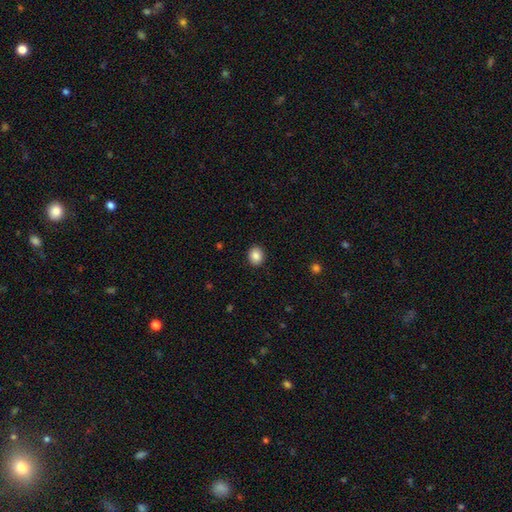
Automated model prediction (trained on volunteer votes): A smooth galaxy with no disk features (86%) that is round (65%). Merging: none (91%).